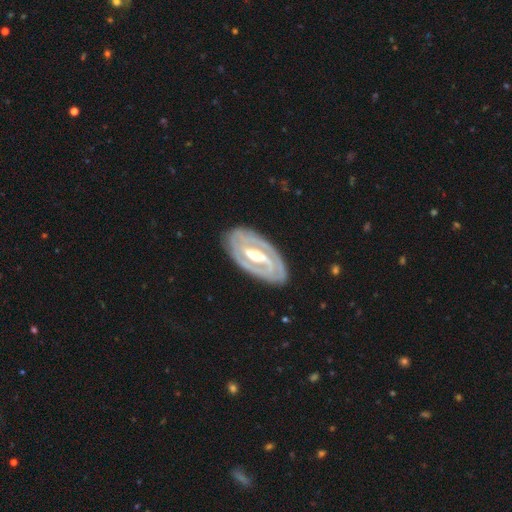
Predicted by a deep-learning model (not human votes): Morphology: type=featured or disk (87%); edge-on=no (93%); bar=strong (55%); spiral arms=yes (87%); winding=tight (68%); arm count=2 (75%); bulge=moderate (69%); merging=none (84%).